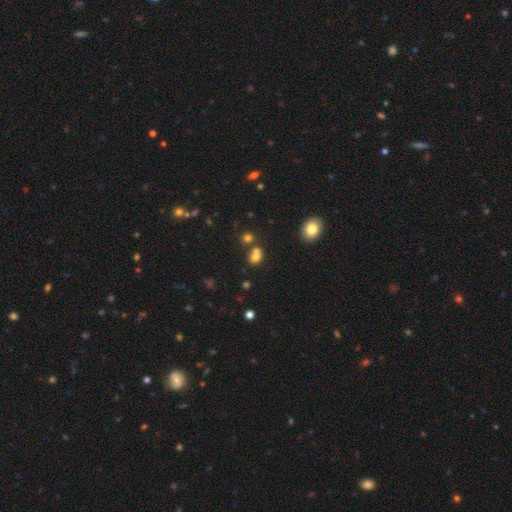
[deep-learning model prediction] Q: Smooth or featured?
A: smooth (75%); runner-up: star or artifact (15%)
Q: How rounded?
A: round (55%); runner-up: in between (44%)
Q: Merging?
A: none (47%); runner-up: merger (40%)